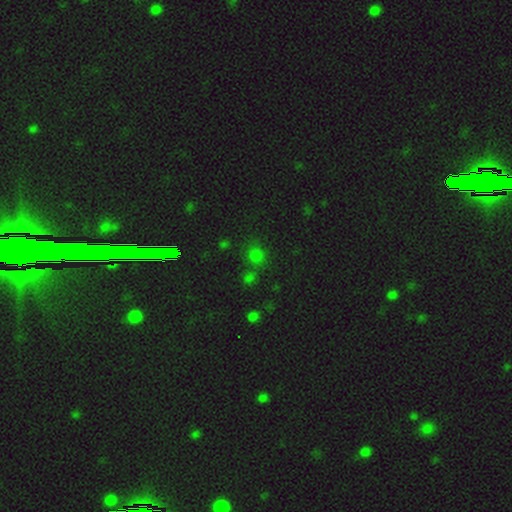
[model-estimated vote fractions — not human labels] Smooth or featured? Predicted: smooth (p=0.62). How rounded? Predicted: round (p=0.80). Merging? Predicted: none (p=0.64).